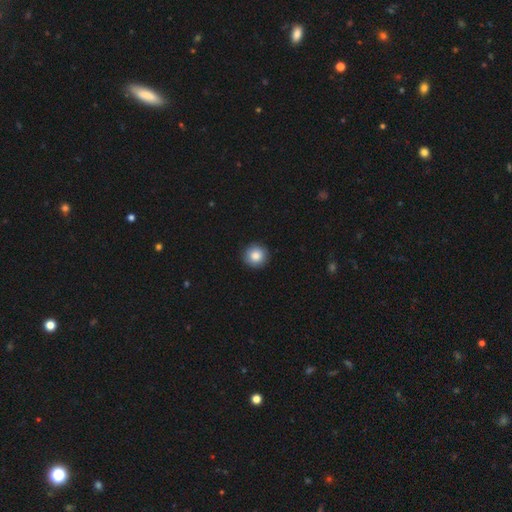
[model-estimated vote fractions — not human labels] Overall: smooth (85%). How rounded: round (95%). Merging: none (92%).